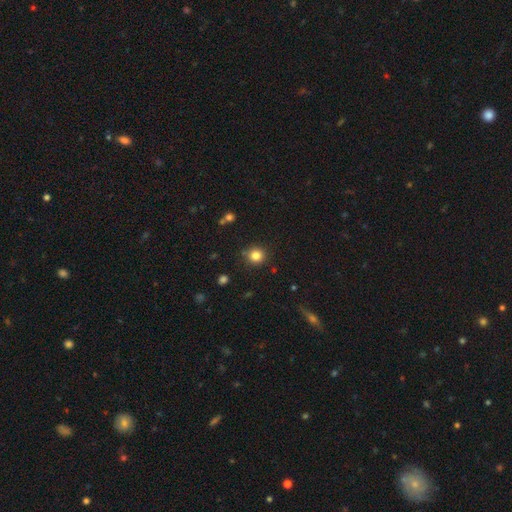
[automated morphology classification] Q: Smooth or featured?
A: smooth (82%); runner-up: star or artifact (12%)
Q: How rounded?
A: round (91%); runner-up: in between (8%)
Q: Merging?
A: none (86%); runner-up: minor disturbance (9%)